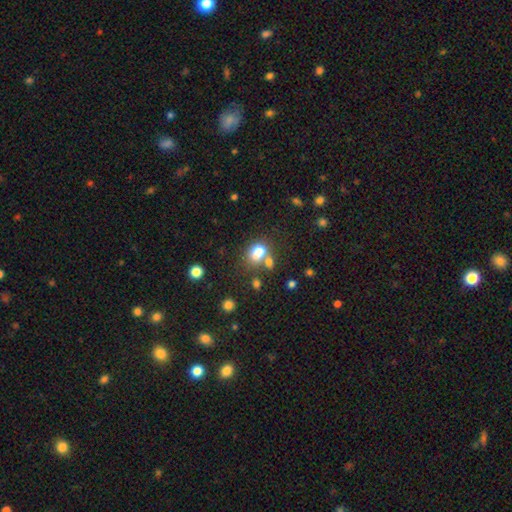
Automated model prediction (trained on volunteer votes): Morphology: type=smooth (73%); roundness=in between (57%); merging=none (50%).